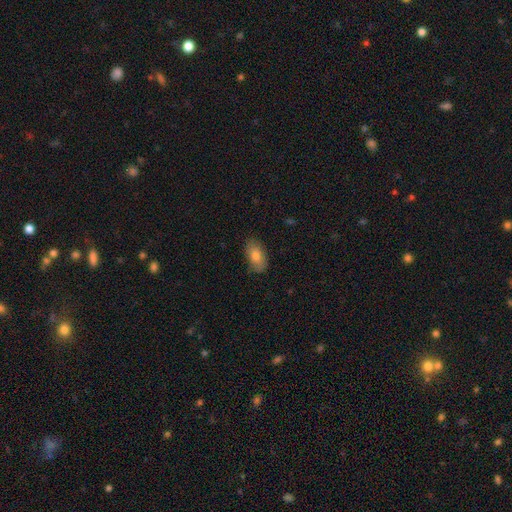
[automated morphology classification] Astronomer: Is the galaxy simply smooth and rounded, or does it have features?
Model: smooth — 80%.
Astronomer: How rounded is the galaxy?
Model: in between — 92%.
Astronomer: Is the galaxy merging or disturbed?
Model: none — 83%.